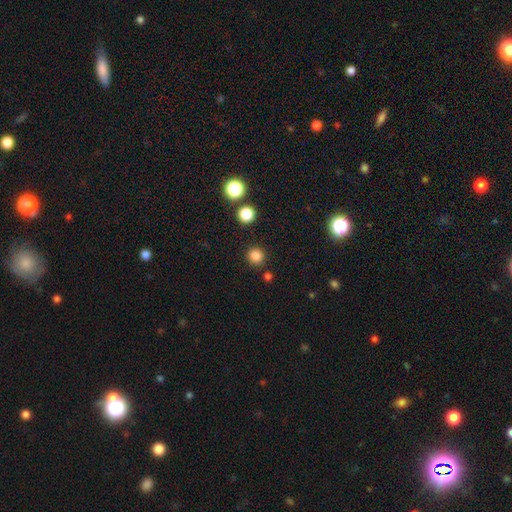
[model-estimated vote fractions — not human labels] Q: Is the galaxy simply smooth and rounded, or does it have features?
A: smooth — 83%.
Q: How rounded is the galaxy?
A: round — 93%.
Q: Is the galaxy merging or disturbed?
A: none — 89%.